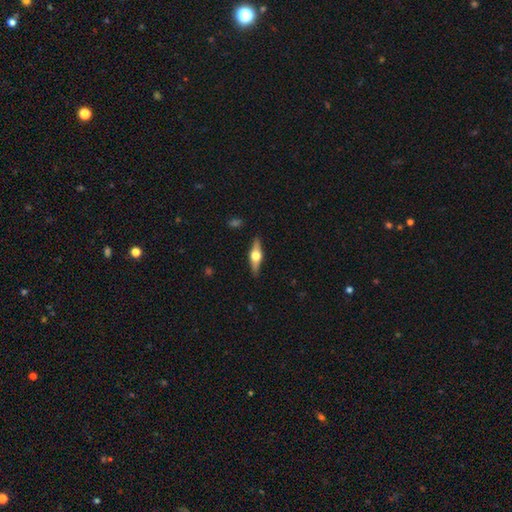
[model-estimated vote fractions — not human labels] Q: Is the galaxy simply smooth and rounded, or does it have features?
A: featured or disk — 68%.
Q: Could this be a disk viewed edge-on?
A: yes — 96%.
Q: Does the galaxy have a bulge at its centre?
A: rounded — 95%.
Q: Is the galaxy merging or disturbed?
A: none — 88%.